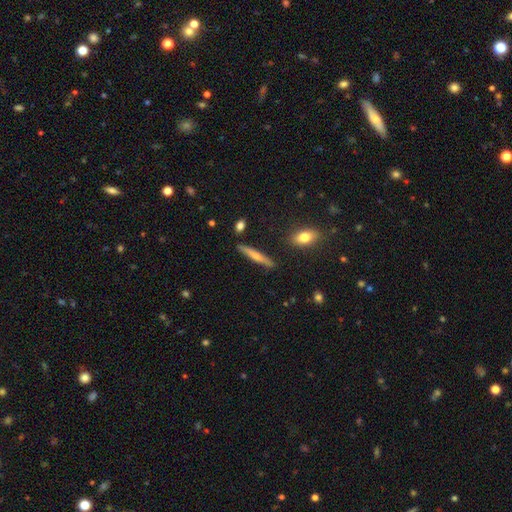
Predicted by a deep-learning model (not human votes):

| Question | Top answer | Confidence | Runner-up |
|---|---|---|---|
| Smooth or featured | smooth | 54% | featured or disk (39%) |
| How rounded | cigar-shaped | 92% | in between (6%) |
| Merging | none | 87% | minor disturbance (9%) |